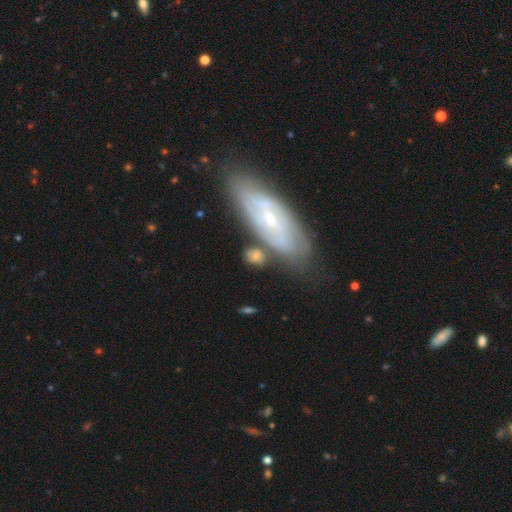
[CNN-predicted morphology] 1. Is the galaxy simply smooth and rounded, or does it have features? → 57% smooth, 35% featured or disk, 7% star or artifact.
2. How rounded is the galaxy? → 59% in between, 33% round, 8% cigar-shaped.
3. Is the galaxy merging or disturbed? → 60% none, 18% minor disturbance, 14% merger, 7% major disturbance.